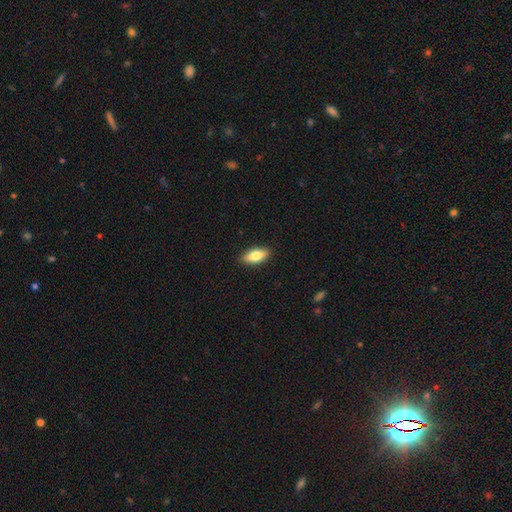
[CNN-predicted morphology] Overall: smooth (77%). How rounded: in between (85%). Merging: none (90%).